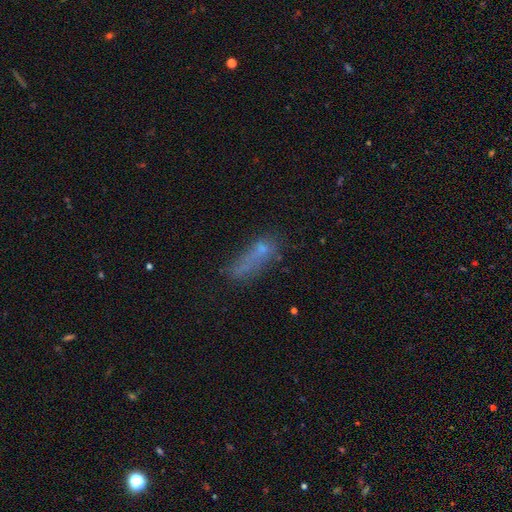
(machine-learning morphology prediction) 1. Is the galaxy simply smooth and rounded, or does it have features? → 56% smooth, 24% featured or disk, 20% star or artifact.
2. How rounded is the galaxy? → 51% cigar-shaped, 44% in between, 5% round.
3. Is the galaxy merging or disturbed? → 40% none, 24% minor disturbance, 23% major disturbance, 13% merger.